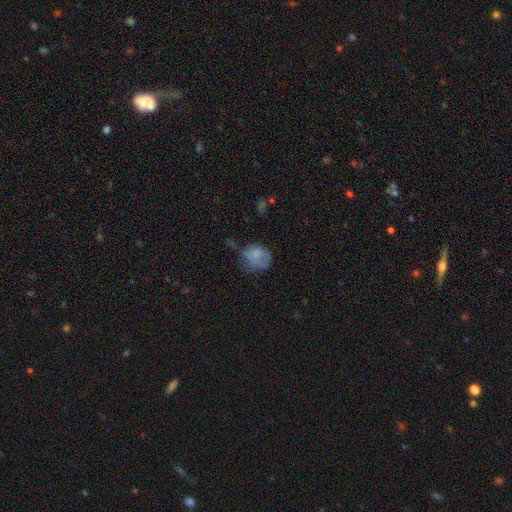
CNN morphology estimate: The model was most divided on "merging": none: 39%, minor disturbance: 32%, major disturbance: 23%, merger: 5%. More confident: how rounded — round (68%); smooth or featured — smooth (68%).